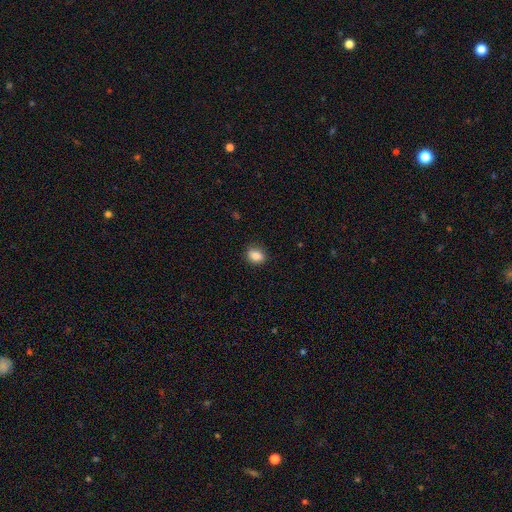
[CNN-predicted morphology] Smooth or featured?
  - smooth: 86% *
  - star or artifact: 9%
  - featured or disk: 5%
How rounded?
  - round: 51% *
  - in between: 48%
  - cigar-shaped: 1%
Merging?
  - none: 87% *
  - minor disturbance: 9%
  - major disturbance: 2%
  - merger: 1%